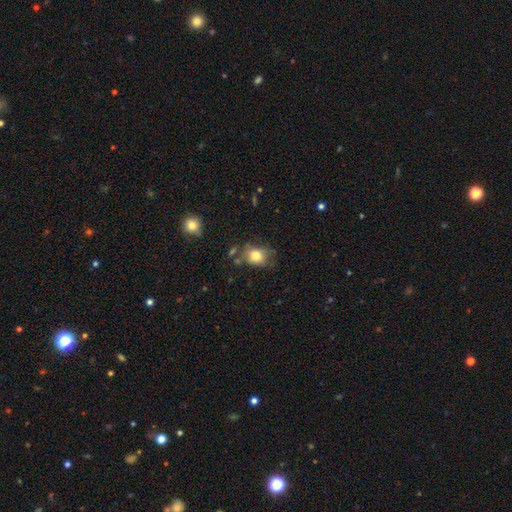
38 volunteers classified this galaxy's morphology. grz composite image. It shows a smooth galaxy with no disk features (79%) that is in between round and cigar-shaped (60%). Merging: none (46%).